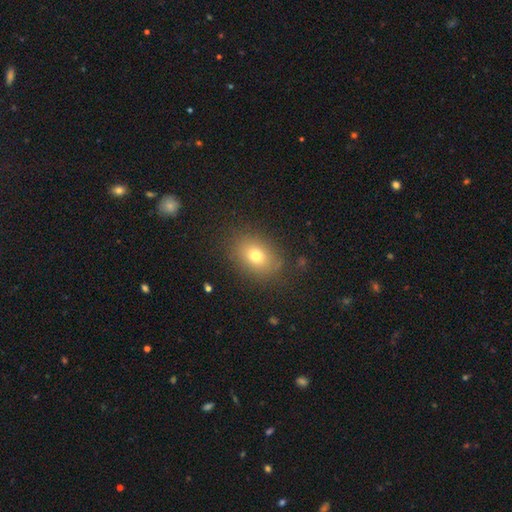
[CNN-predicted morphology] smooth-or-featured: smooth: 74% | featured or disk: 14% | star or artifact: 13%
  how-rounded: in between: 71% | round: 28% | cigar-shaped: 1%
  merging: none: 84% | minor disturbance: 11% | major disturbance: 4% | merger: 1%